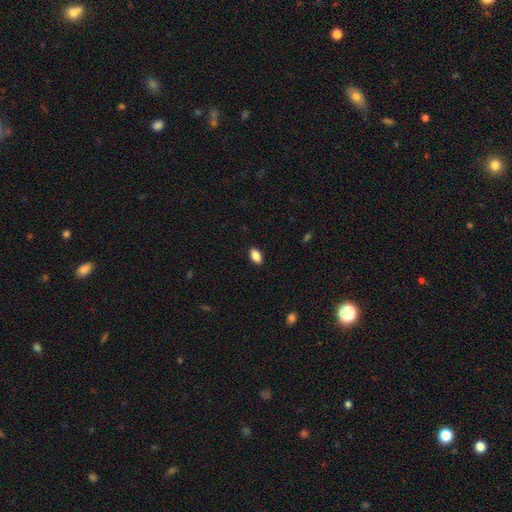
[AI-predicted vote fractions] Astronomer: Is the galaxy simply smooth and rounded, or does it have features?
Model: smooth — 88%.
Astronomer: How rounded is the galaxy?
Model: in between — 91%.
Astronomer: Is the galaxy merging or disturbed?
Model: none — 89%.